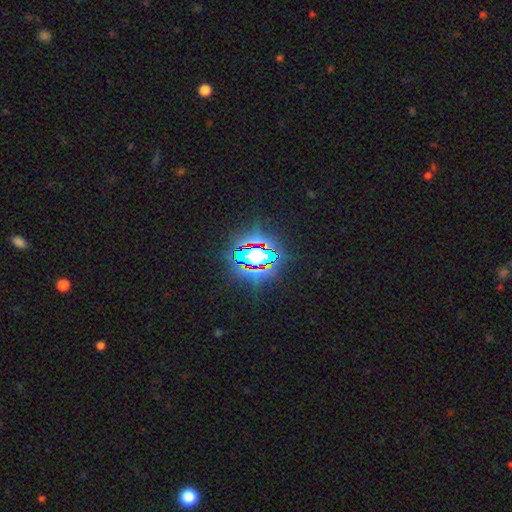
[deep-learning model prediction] A star or artifact, not a galaxy (69%).

Vote fractions:
- Smooth or featured? star or artifact: 69% / smooth: 18% / featured or disk: 12%